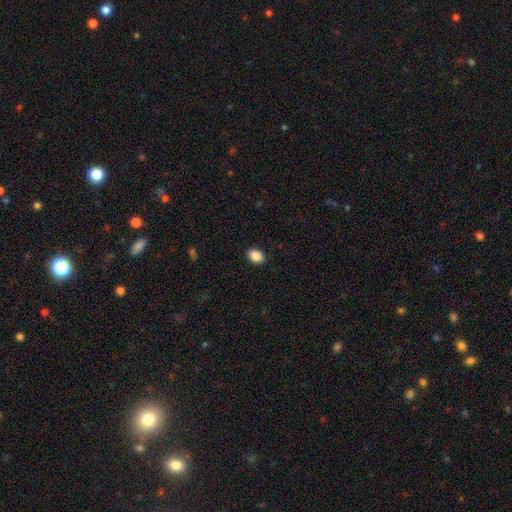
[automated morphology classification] Smooth or featured?
  - smooth: 88% *
  - star or artifact: 8%
  - featured or disk: 4%
How rounded?
  - in between: 77% *
  - round: 22%
  - cigar-shaped: 1%
Merging?
  - none: 90% *
  - minor disturbance: 7%
  - major disturbance: 2%
  - merger: 1%